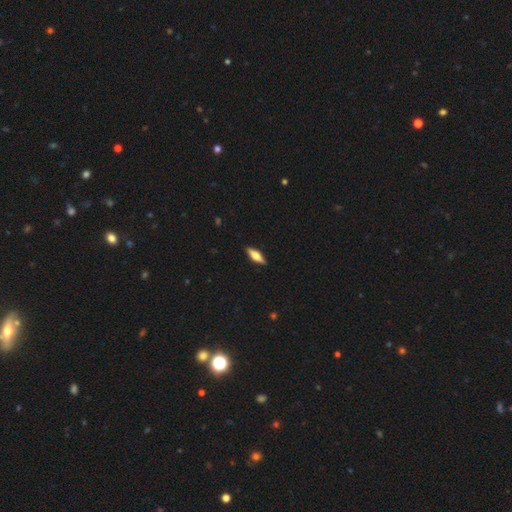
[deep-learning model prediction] Smooth or featured? Predicted: featured or disk (p=0.48). Merging? Predicted: none (p=0.90).